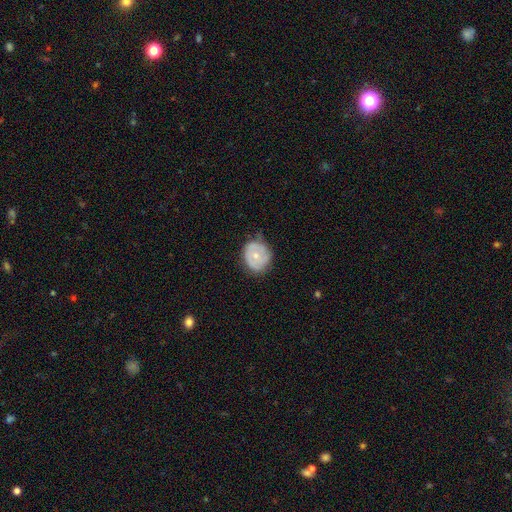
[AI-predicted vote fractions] smooth 49%, featured or disk 44%, star or artifact 7%. Down the decision tree: merging — none (58%).